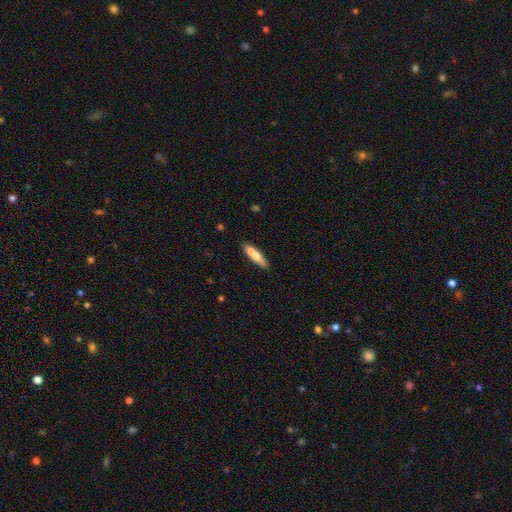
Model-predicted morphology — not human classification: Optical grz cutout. It shows a smooth galaxy with no disk features (60%) that is cigar-shaped (66%). Merging: none (58%).